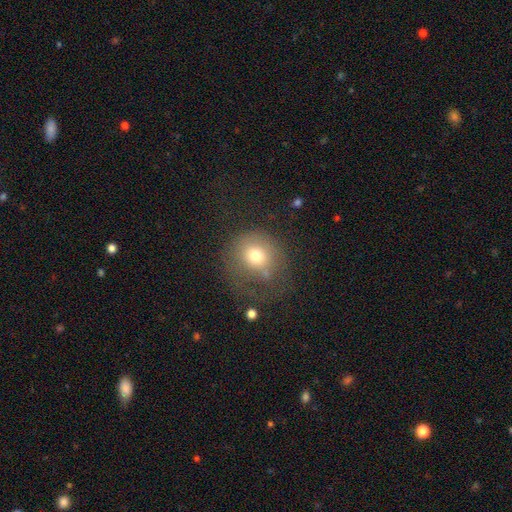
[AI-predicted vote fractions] A smooth galaxy with no disk features (70%) that is round (80%).

Vote fractions:
- Smooth or featured? smooth: 70% / featured or disk: 18% / star or artifact: 12%
- How rounded? round: 80% / in between: 19% / cigar-shaped: 1%
- Merging? none: 43% / major disturbance: 29% / minor disturbance: 23% / merger: 5%